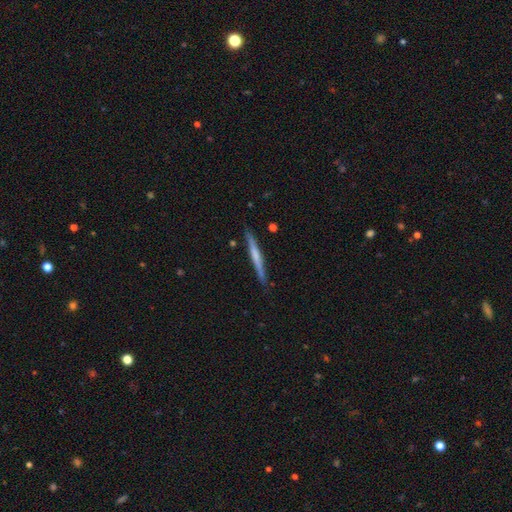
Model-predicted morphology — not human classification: The model was most divided on "smooth or featured": featured or disk: 53%, smooth: 42%, star or artifact: 5%. More confident: edge-on disk — yes (97%); merging — none (88%); edge-on bulge — none (59%).